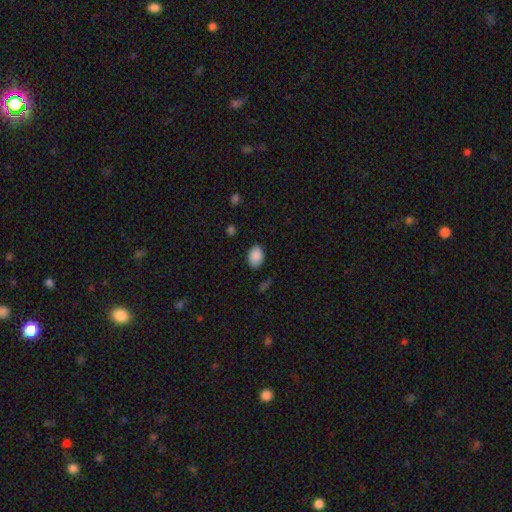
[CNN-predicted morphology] smooth-or-featured: smooth: 89% | star or artifact: 8% | featured or disk: 4%
  how-rounded: in between: 83% | round: 16% | cigar-shaped: 1%
  merging: none: 82% | minor disturbance: 14% | major disturbance: 3% | merger: 2%